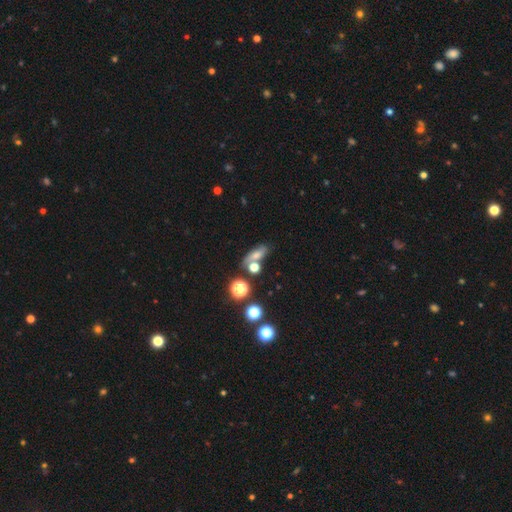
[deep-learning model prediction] This appears to be a smooth galaxy with no disk features (58%) that is in between round and cigar-shaped (59%). Merging: none (52%).